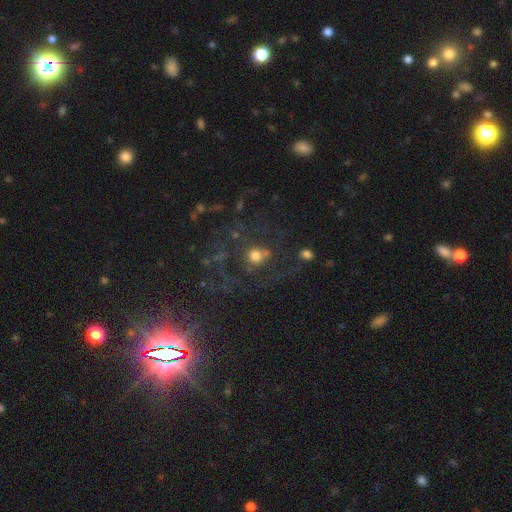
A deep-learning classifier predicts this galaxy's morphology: Smooth or featured? Predicted: smooth (p=0.43). Merging? Predicted: none (p=0.57).